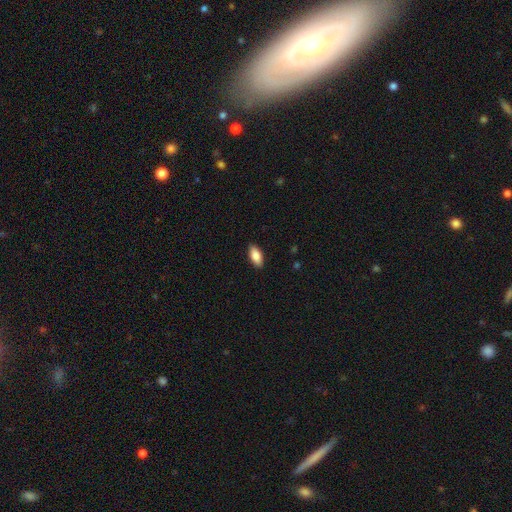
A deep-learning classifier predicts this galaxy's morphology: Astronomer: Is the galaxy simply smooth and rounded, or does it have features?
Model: smooth — 87%.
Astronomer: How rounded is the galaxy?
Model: in between — 90%.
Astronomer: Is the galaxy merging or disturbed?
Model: none — 90%.